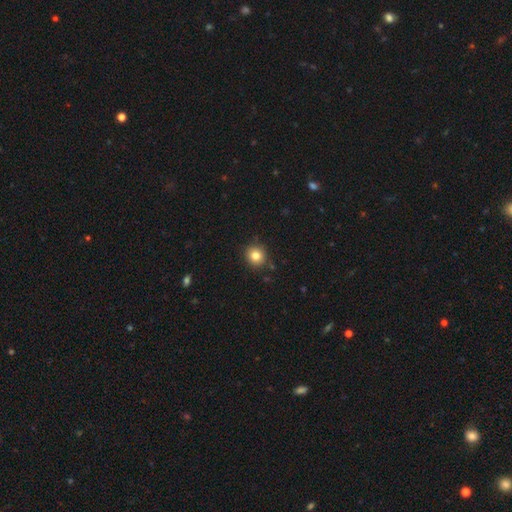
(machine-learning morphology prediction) Smooth or featured? Predicted: smooth (p=0.82). How rounded? Predicted: round (p=0.89). Merging? Predicted: none (p=0.89).